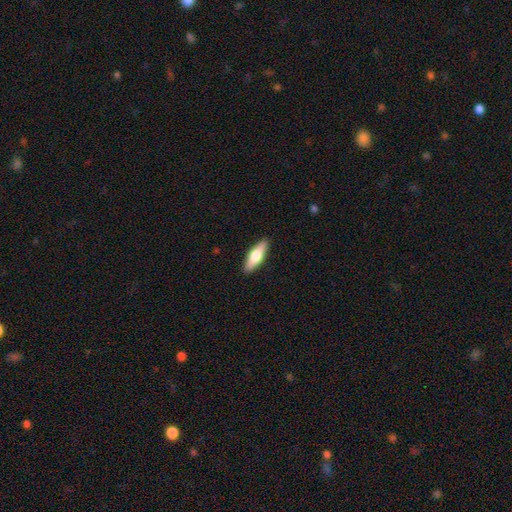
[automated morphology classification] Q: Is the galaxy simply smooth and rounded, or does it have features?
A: smooth — 60%.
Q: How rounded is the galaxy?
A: cigar-shaped — 50%.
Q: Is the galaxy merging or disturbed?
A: none — 90%.